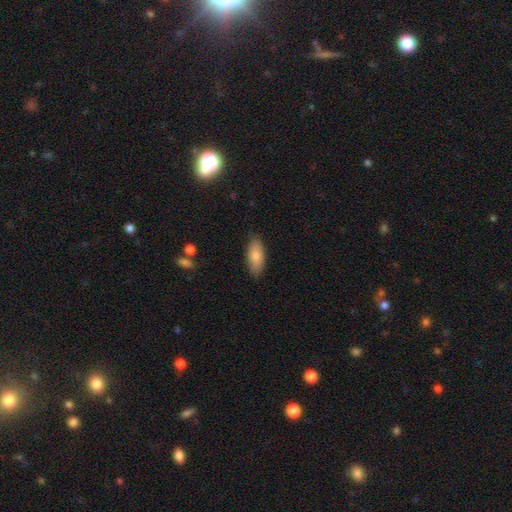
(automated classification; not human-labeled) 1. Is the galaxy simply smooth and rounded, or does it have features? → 81% smooth, 12% featured or disk, 6% star or artifact.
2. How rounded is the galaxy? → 83% in between, 15% cigar-shaped, 2% round.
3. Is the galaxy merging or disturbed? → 85% none, 12% minor disturbance, 2% major disturbance, 1% merger.